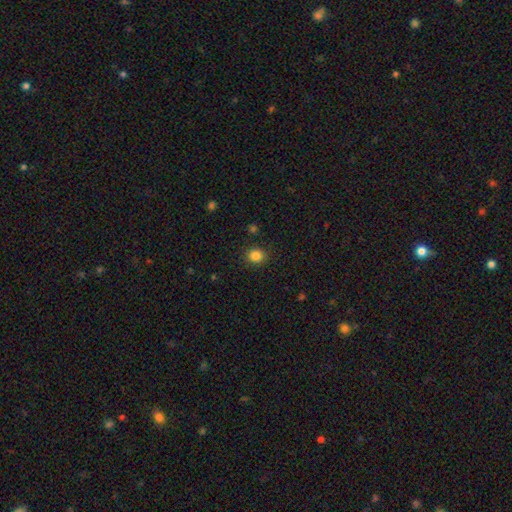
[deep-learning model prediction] smooth-or-featured: smooth: 84% | star or artifact: 12% | featured or disk: 4%
  how-rounded: round: 76% | in between: 23% | cigar-shaped: 1%
  merging: none: 89% | minor disturbance: 8% | major disturbance: 2% | merger: 2%